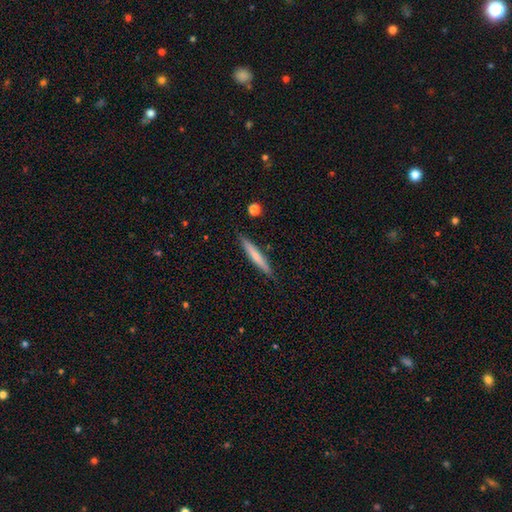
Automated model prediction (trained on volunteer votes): Smooth or featured: smooth — 61% (featured or disk — 34%)
How rounded: cigar-shaped — 95% (in between — 4%)
Merging: none — 88% (minor disturbance — 9%)